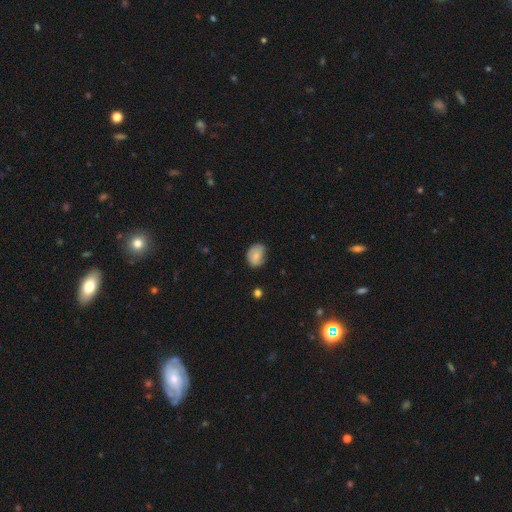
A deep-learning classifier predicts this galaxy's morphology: Smooth or featured? smooth (71%)
How rounded? in between (63%)
Merging? none (65%)